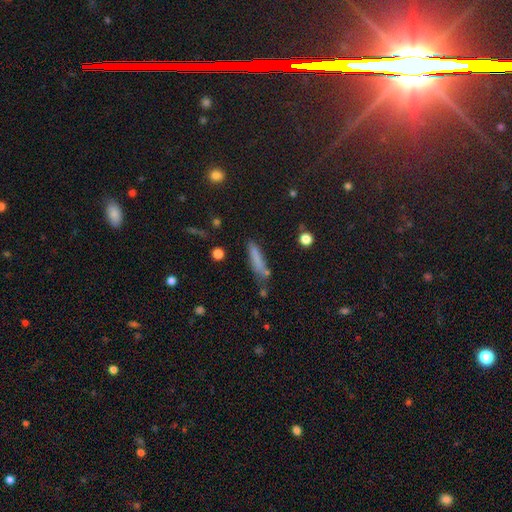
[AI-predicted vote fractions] Morphology: type=smooth (71%); roundness=cigar-shaped (83%); merging=none (69%).